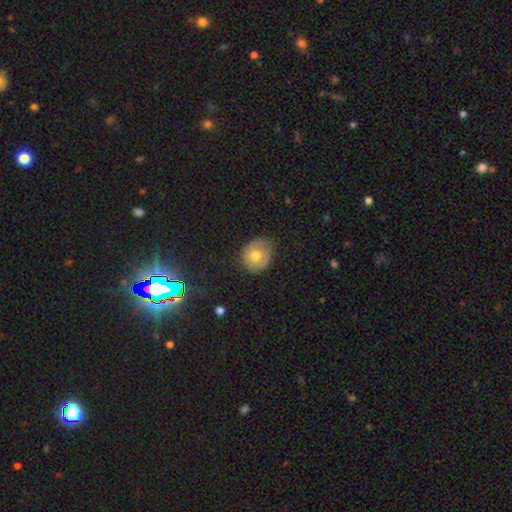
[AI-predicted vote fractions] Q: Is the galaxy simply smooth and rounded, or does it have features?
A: smooth — 61%.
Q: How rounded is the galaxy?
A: round — 80%.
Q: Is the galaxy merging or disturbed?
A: none — 71%.